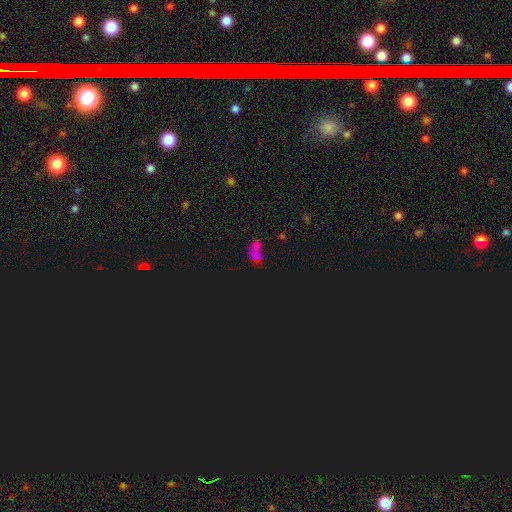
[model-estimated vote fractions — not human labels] Smooth or featured? Predicted: smooth (p=0.45). Merging? Predicted: merger (p=0.52).